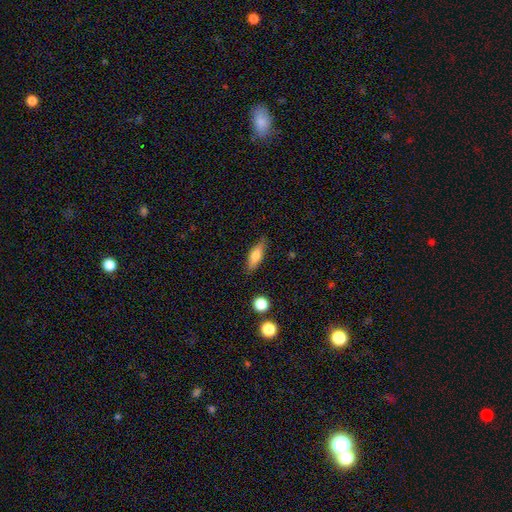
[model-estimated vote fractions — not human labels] smooth-or-featured: smooth: 71% | featured or disk: 22% | star or artifact: 7%
  how-rounded: in between: 55% | cigar-shaped: 42% | round: 3%
  merging: none: 82% | minor disturbance: 13% | major disturbance: 3% | merger: 2%